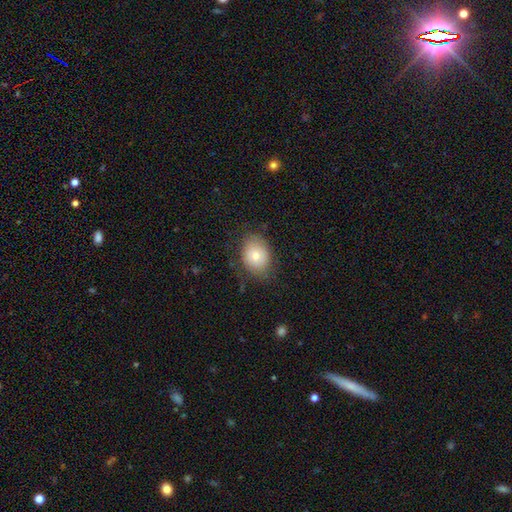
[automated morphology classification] This appears to be a smooth galaxy with no disk features (74%) that is in between round and cigar-shaped (56%). Merging: none (75%).